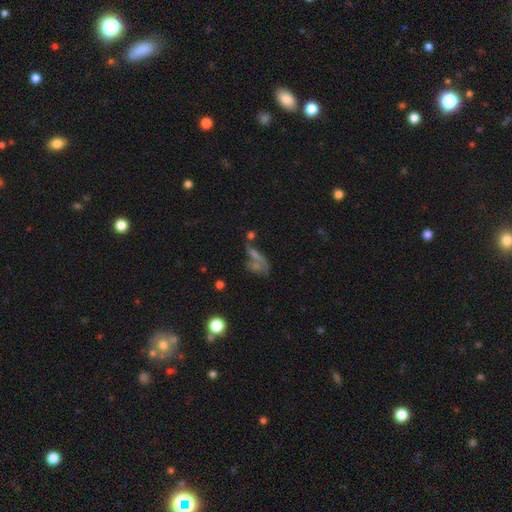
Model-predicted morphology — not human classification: The model was most divided on "smooth or featured": featured or disk: 39%, smooth: 34%, star or artifact: 27%. Remaining: merging — none (32%).